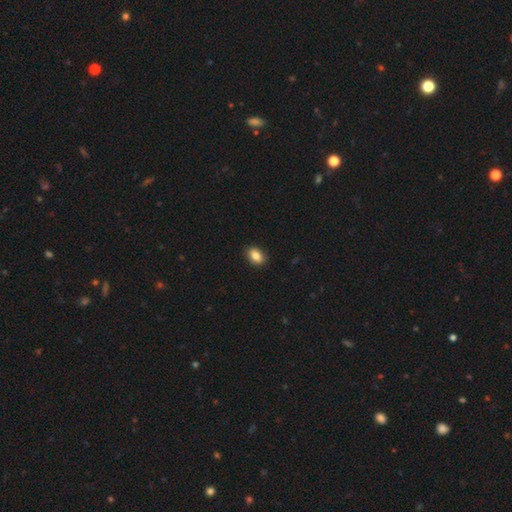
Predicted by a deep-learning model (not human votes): A smooth galaxy with no disk features (86%) that is in between round and cigar-shaped (84%).

Vote fractions:
- Smooth or featured? smooth: 86% / star or artifact: 8% / featured or disk: 6%
- How rounded? in between: 84% / round: 14% / cigar-shaped: 2%
- Merging? none: 90% / minor disturbance: 7% / major disturbance: 2% / merger: 1%